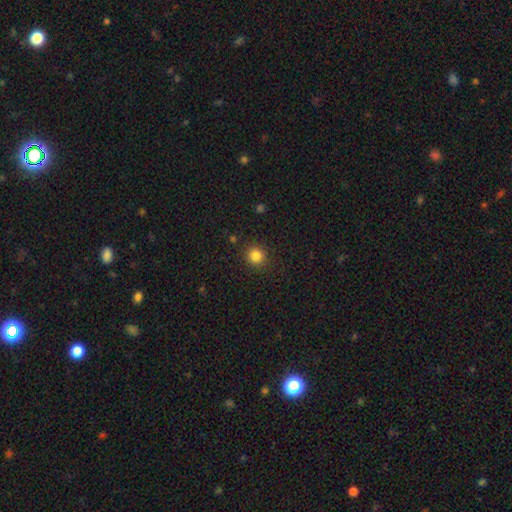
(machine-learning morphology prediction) This is clearly a smooth galaxy (84%). How rounded: clearly round (90%). Merging: clearly none (89%).